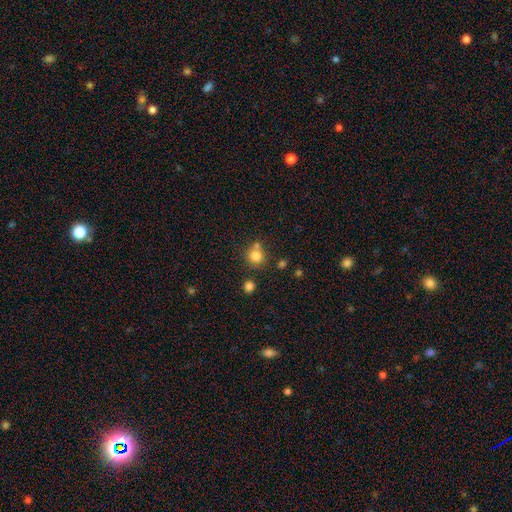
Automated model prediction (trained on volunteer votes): Overall: smooth (81%). How rounded: round (90%). Merging: none (66%).